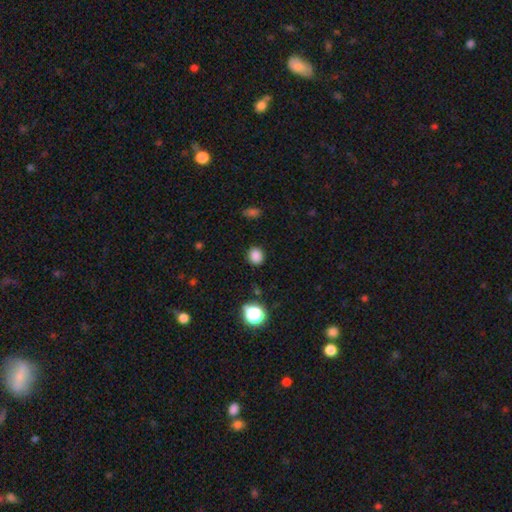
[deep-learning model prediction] smooth-or-featured: smooth: 83% | star or artifact: 13% | featured or disk: 4%
  how-rounded: round: 79% | in between: 20% | cigar-shaped: 1%
  merging: none: 88% | minor disturbance: 8% | major disturbance: 2% | merger: 1%